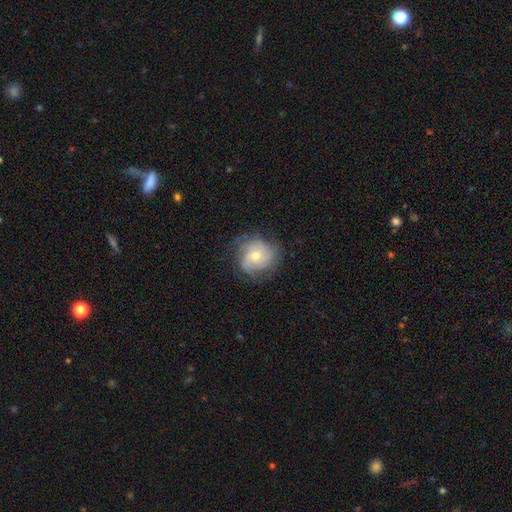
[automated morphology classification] A featured or disk galaxy (62%) with no bar (75%), tight (50%) spiral arms (87%) and a moderate central bulge (49%).

Vote fractions:
- Smooth or featured? featured or disk: 62% / smooth: 29% / star or artifact: 9%
- Edge-on disk? no: 97% / yes: 3%
- Bar? no: 75% / weak: 21% / strong: 4%
- Spiral arms? yes: 87% / no: 13%
- Spiral winding? tight: 50% / medium: 36% / loose: 15%
- Spiral arm count? can't tell: 36% / 3: 24% / 2: 19% / 4: 11% / 1: 5% / more than 4: 5%
- Bulge size? moderate: 49% / small: 47% / large: 2% / none: 1% / dominant: 1%
- Merging? none: 71% / minor disturbance: 19% / major disturbance: 9% / merger: 1%